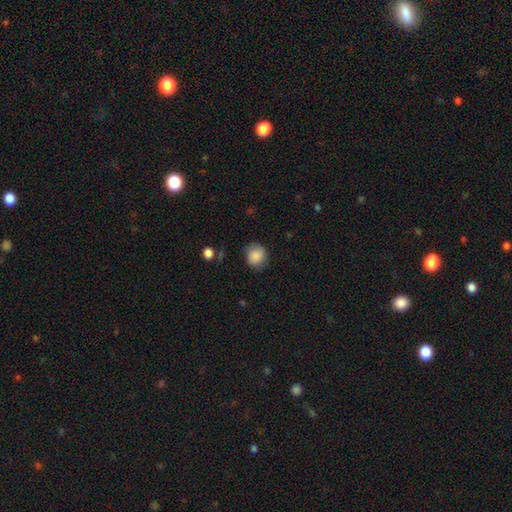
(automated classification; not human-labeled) Smooth or featured? smooth (86%)
How rounded? round (83%)
Merging? none (78%)